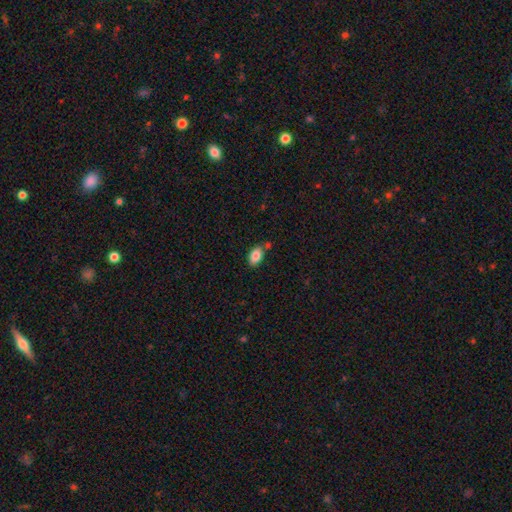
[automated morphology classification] Q: Smooth or featured?
A: smooth (85%); runner-up: featured or disk (8%)
Q: How rounded?
A: in between (92%); runner-up: round (6%)
Q: Merging?
A: none (70%); runner-up: minor disturbance (16%)